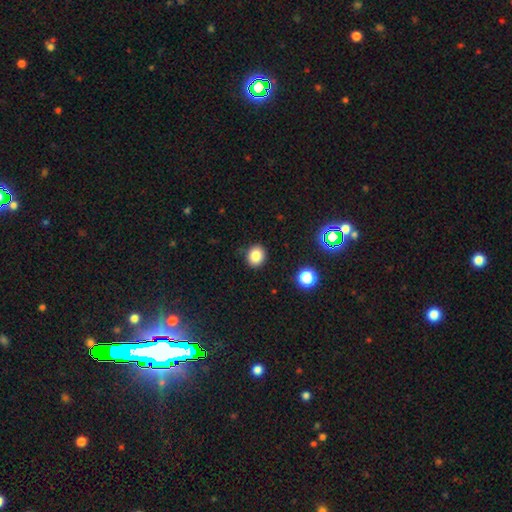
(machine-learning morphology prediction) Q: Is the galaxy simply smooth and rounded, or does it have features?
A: smooth — 83%.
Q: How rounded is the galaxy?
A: round — 72%.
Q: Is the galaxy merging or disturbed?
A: none — 88%.